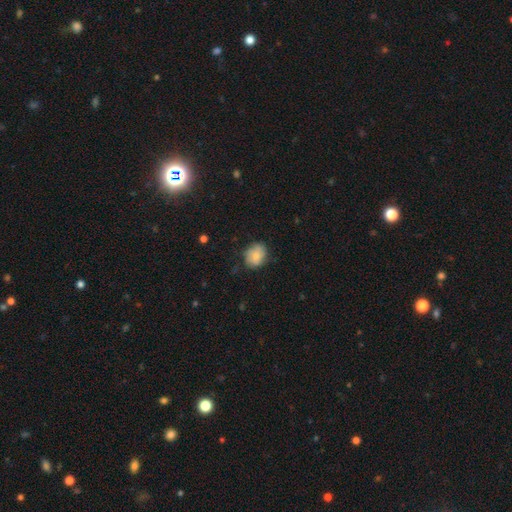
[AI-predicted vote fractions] Smooth or featured? smooth (77%)
How rounded? round (57%)
Merging? none (67%)